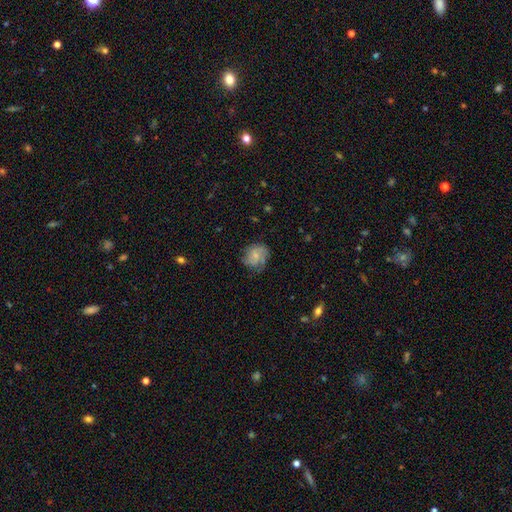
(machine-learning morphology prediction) smooth 51%, featured or disk 40%, star or artifact 8%. Down the decision tree: how rounded — round (67%); merging — none (64%).